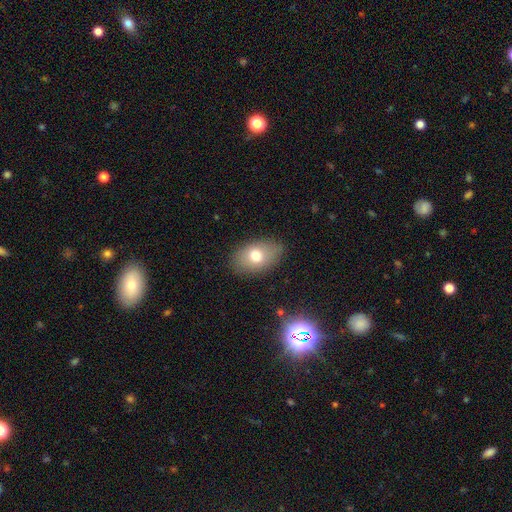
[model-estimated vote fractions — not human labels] This is likely a smooth galaxy (73%). How rounded: clearly in between (87%). Merging: clearly none (84%).